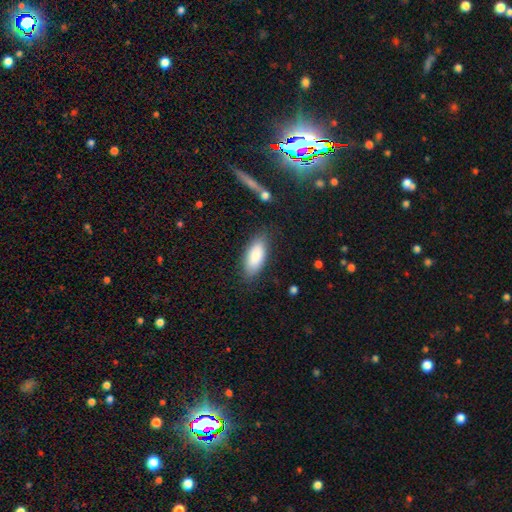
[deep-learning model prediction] smooth_or_featured: smooth (p=0.85) [alt: featured or disk p=0.09]
how_rounded: in between (p=0.82) [alt: cigar-shaped p=0.16]
merging: none (p=0.81) [alt: minor disturbance p=0.14]